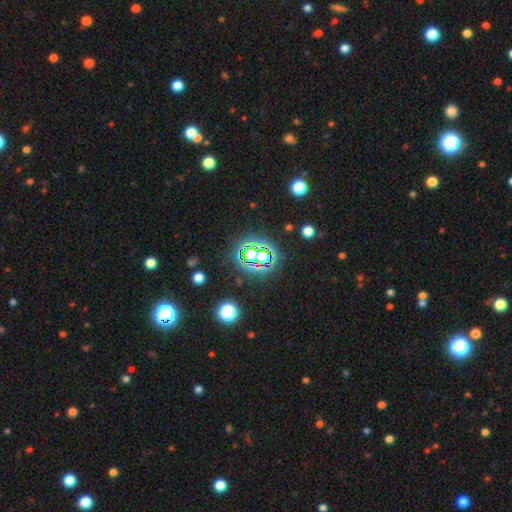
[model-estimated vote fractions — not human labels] Overall: star or artifact (77%).